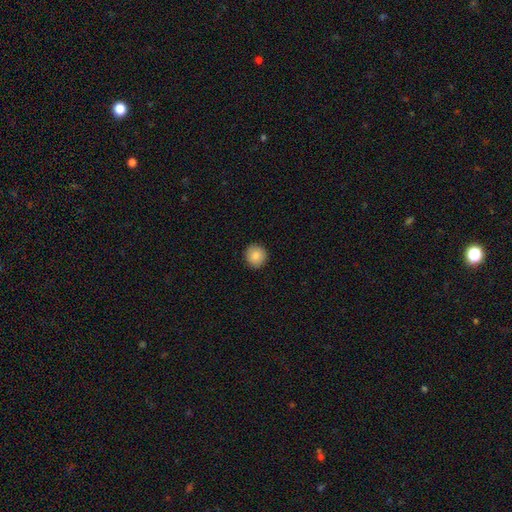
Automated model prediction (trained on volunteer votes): Smooth or featured?
  - smooth: 86% *
  - star or artifact: 8%
  - featured or disk: 6%
How rounded?
  - round: 93% *
  - in between: 6%
  - cigar-shaped: 1%
Merging?
  - none: 92% *
  - minor disturbance: 5%
  - major disturbance: 2%
  - merger: 1%